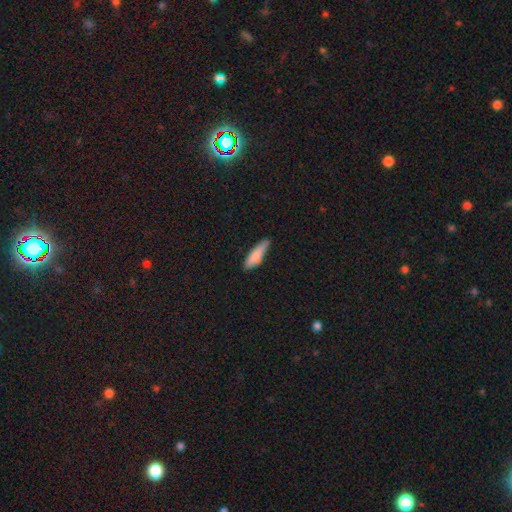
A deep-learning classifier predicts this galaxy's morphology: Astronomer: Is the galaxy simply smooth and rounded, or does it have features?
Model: smooth — 82%.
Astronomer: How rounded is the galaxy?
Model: cigar-shaped — 65%.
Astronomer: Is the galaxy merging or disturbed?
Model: none — 67%.